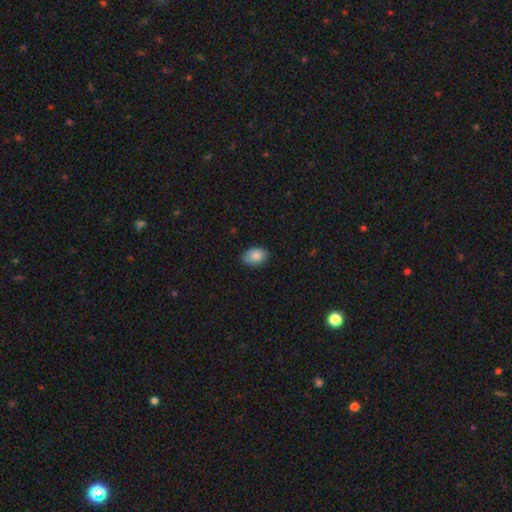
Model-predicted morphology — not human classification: Smooth or featured?
  - smooth: 85% *
  - featured or disk: 8%
  - star or artifact: 7%
How rounded?
  - in between: 84% *
  - round: 15%
  - cigar-shaped: 1%
Merging?
  - none: 78% *
  - minor disturbance: 18%
  - major disturbance: 3%
  - merger: 1%